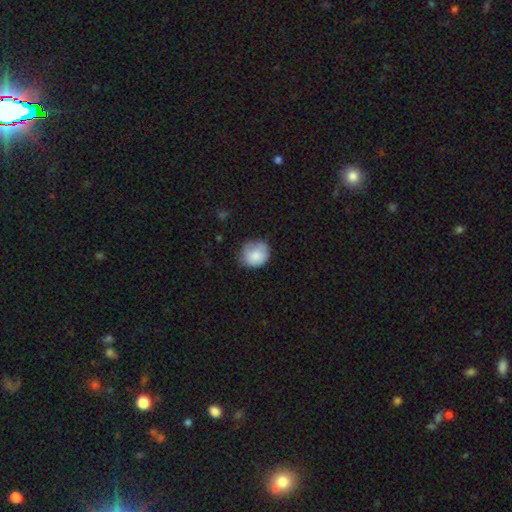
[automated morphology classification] smooth_or_featured: smooth (p=0.82) [alt: featured or disk p=0.10]
how_rounded: round (p=0.75) [alt: in between p=0.24]
merging: none (p=0.65) [alt: minor disturbance p=0.28]